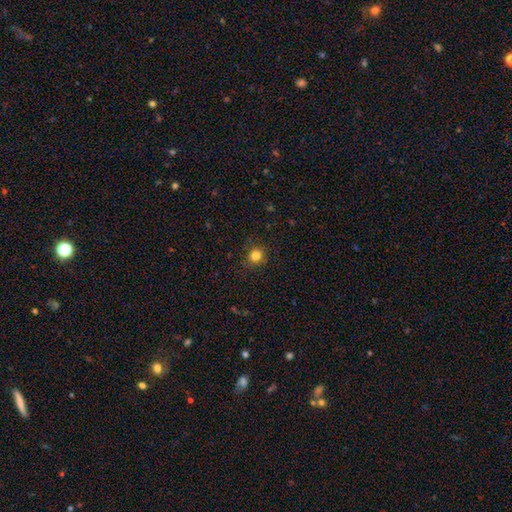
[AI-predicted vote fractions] Smooth or featured? Predicted: smooth (p=0.82). How rounded? Predicted: round (p=0.85). Merging? Predicted: none (p=0.86).